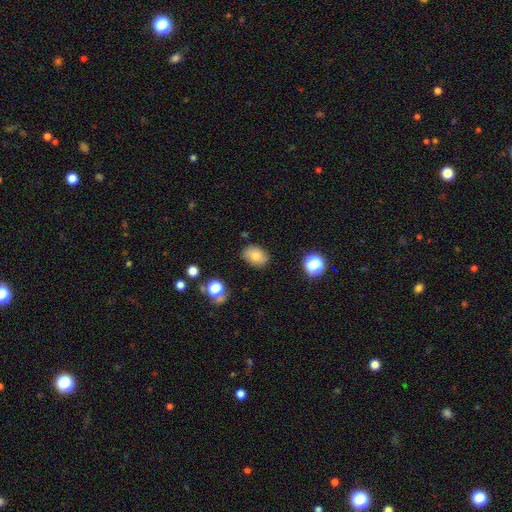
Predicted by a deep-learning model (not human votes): Morphology: type=smooth (78%); roundness=in between (76%); merging=none (82%).